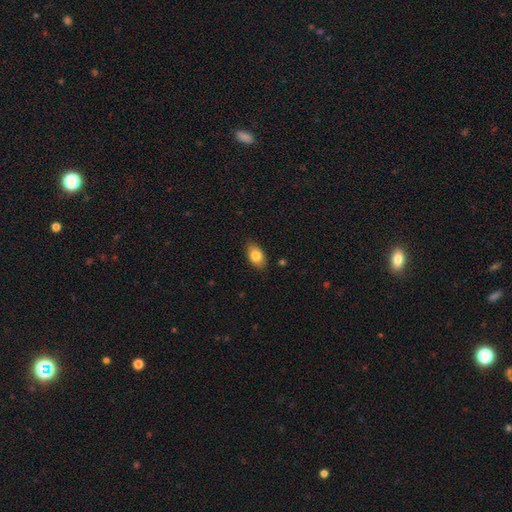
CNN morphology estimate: smooth-or-featured: smooth: 82% | featured or disk: 10% | star or artifact: 8%
  how-rounded: in between: 89% | round: 9% | cigar-shaped: 2%
  merging: none: 84% | minor disturbance: 13% | major disturbance: 2% | merger: 1%